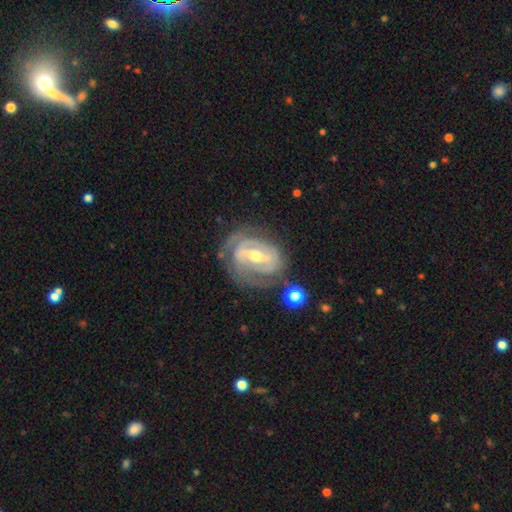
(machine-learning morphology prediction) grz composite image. It shows a featured or disk galaxy (85%) with a strong bar (53%), 2 (46%) tight (57%) spiral arms (84%) and a moderate central bulge (66%). Merging: none (57%).